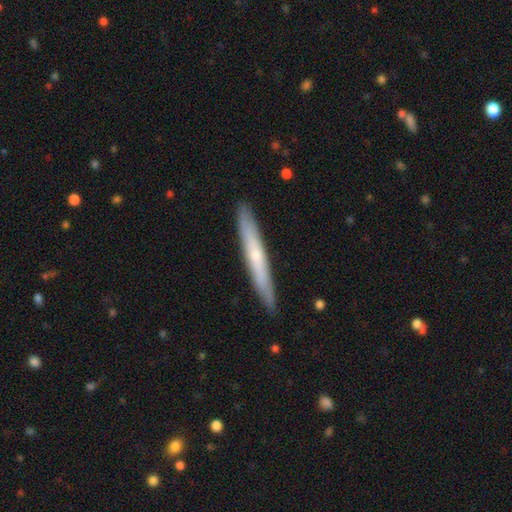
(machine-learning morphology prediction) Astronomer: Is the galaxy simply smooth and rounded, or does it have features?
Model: smooth — 47%, tied with featured or disk at 47%.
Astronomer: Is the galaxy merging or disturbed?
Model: none — 90%.